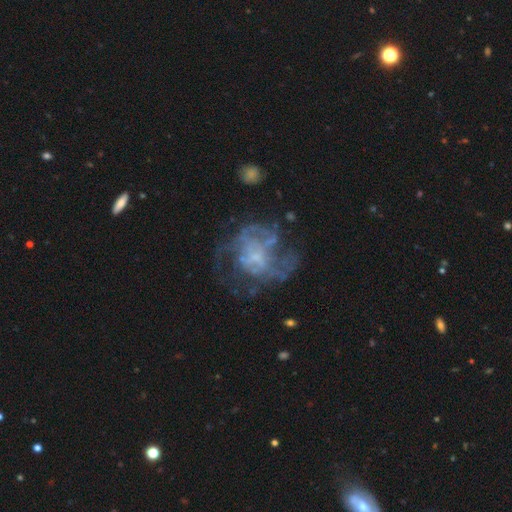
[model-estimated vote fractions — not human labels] featured or disk 71%, smooth 16%, star or artifact 13%. Down the decision tree: edge-on disk — no (98%); bar — no (75%); spiral arms — no (51%); bulge size — none (40%); merging — none (45%).